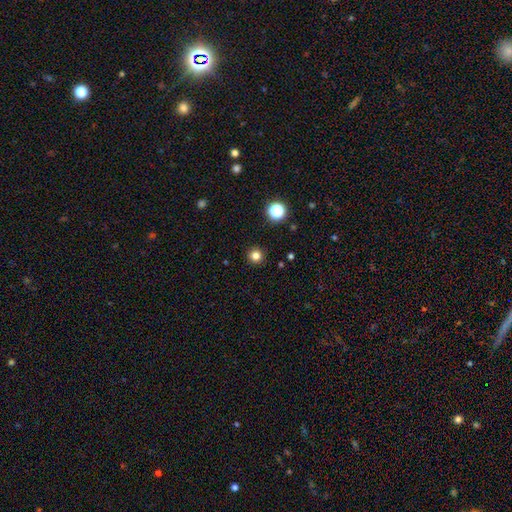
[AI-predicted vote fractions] smooth-or-featured: smooth: 80% | star or artifact: 15% | featured or disk: 5%
  how-rounded: round: 95% | in between: 4% | cigar-shaped: 1%
  merging: none: 92% | minor disturbance: 5% | major disturbance: 2% | merger: 1%